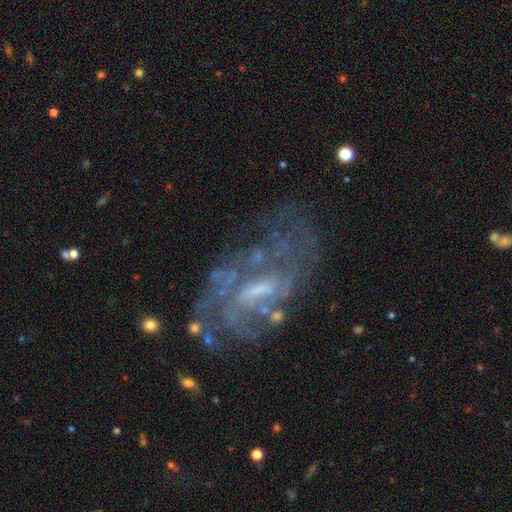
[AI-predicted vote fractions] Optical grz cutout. It shows a featured or disk galaxy (80%) with a weak bar (51%), tight (42%) spiral arms (79%) and a small central bulge (40%). Merging: none (59%).